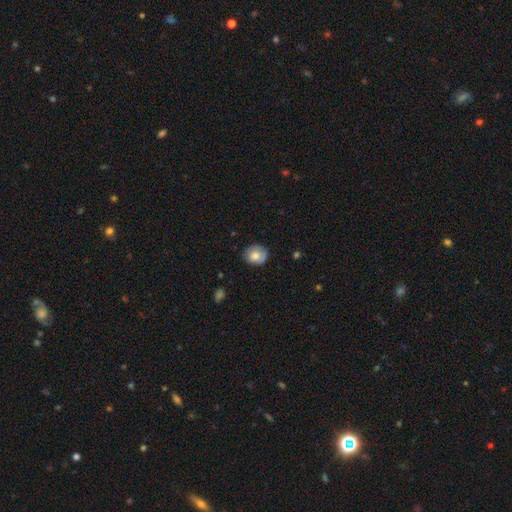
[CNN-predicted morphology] Smooth or featured? Predicted: smooth (p=0.74). How rounded? Predicted: round (p=0.71). Merging? Predicted: none (p=0.76).